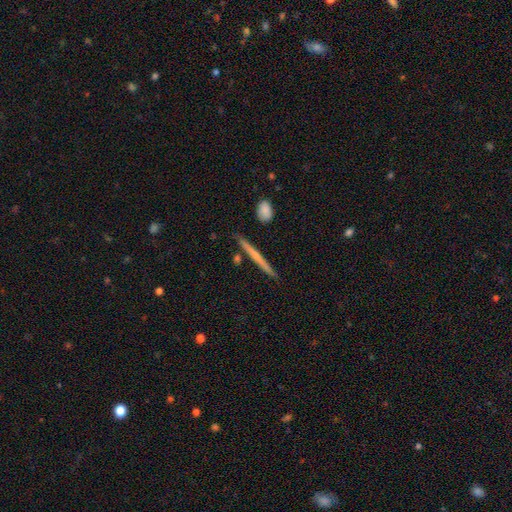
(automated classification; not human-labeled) featured or disk 51%, smooth 43%, star or artifact 6%. Down the decision tree: edge-on disk — yes (97%); merging — none (89%).